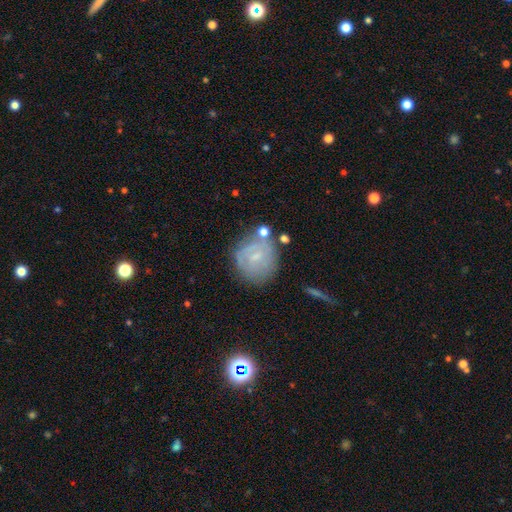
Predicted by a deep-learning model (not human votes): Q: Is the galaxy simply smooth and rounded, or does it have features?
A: featured or disk — 52%.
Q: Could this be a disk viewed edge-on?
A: no — 96%.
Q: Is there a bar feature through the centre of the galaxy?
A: weak — 46%.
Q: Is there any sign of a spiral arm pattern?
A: yes — 65%.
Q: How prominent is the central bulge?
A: small — 60%.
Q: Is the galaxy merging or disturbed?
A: none — 64%.